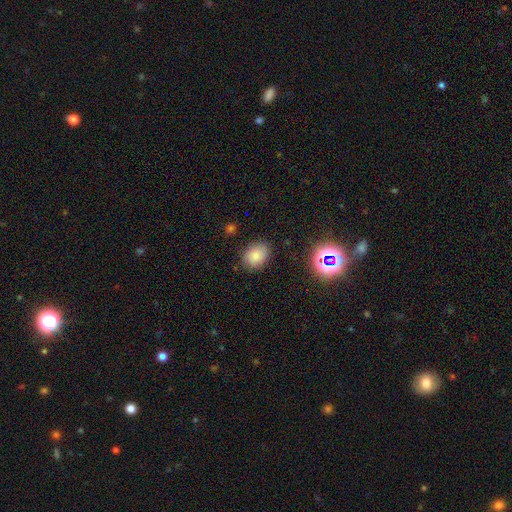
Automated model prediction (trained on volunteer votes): Smooth or featured? smooth (80%)
How rounded? in between (61%)
Merging? none (83%)